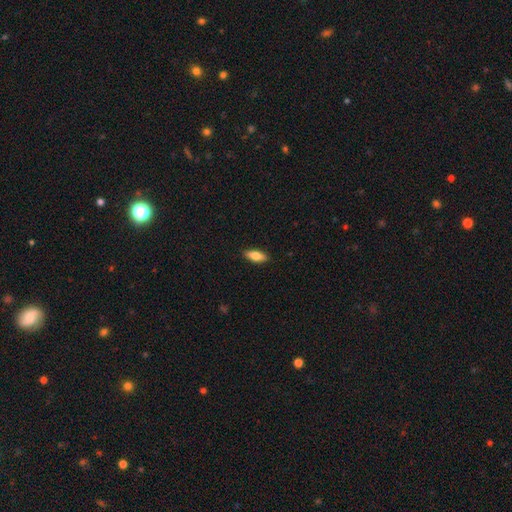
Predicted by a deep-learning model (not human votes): Smooth or featured: smooth — 72% (featured or disk — 22%)
How rounded: in between — 70% (cigar-shaped — 27%)
Merging: none — 89% (minor disturbance — 8%)